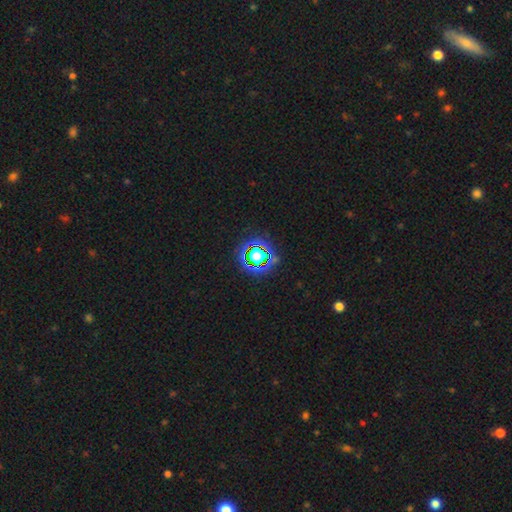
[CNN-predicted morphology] Smooth or featured? star or artifact (62%)